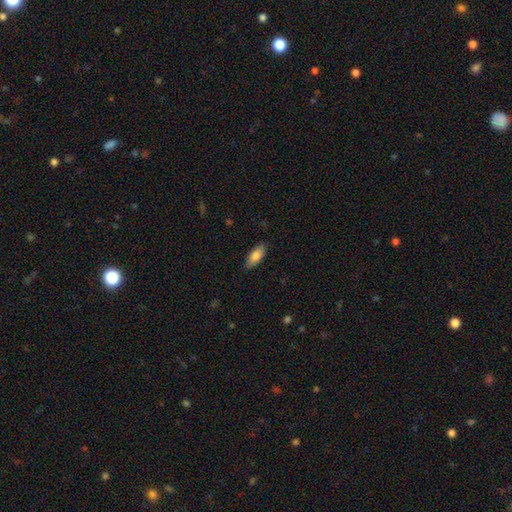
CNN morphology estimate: This is clearly a smooth galaxy (81%). How rounded: likely in between (78%). Merging: clearly none (87%).